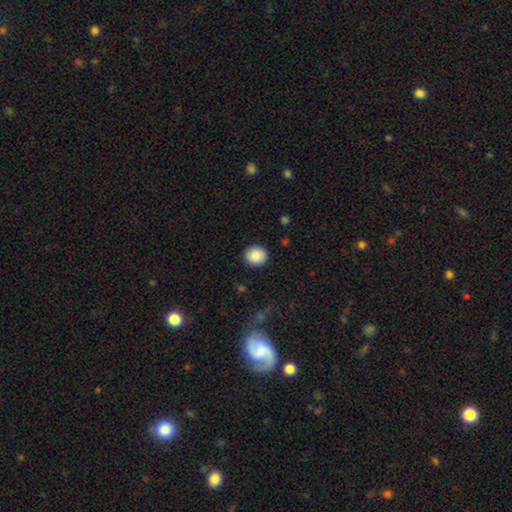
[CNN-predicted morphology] Smooth or featured? smooth (84%)
How rounded? round (86%)
Merging? none (89%)